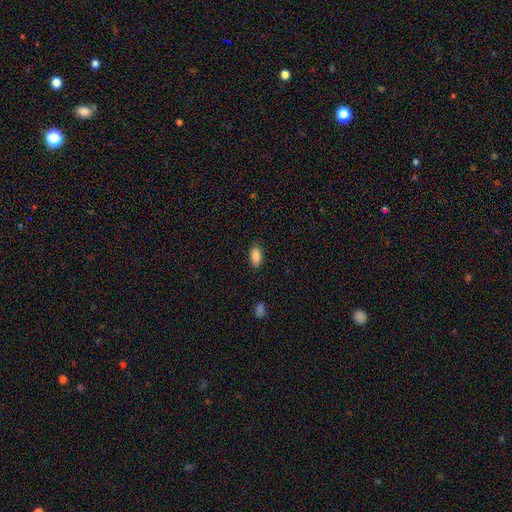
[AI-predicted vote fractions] A smooth galaxy with no disk features (88%) that is in between round and cigar-shaped (91%). Merging: none (87%).